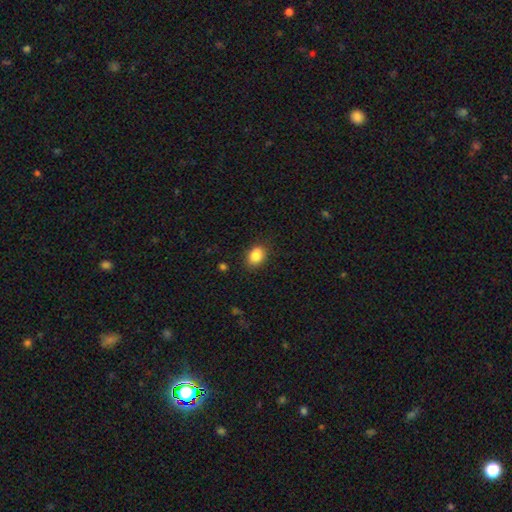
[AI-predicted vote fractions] Overall: smooth (86%). How rounded: in between (73%). Merging: none (83%).